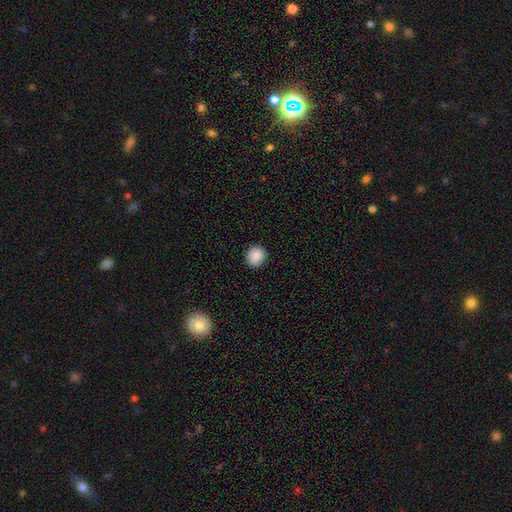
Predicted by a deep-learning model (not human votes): Smooth or featured? Predicted: smooth (p=0.88). How rounded? Predicted: round (p=0.90). Merging? Predicted: none (p=0.91).